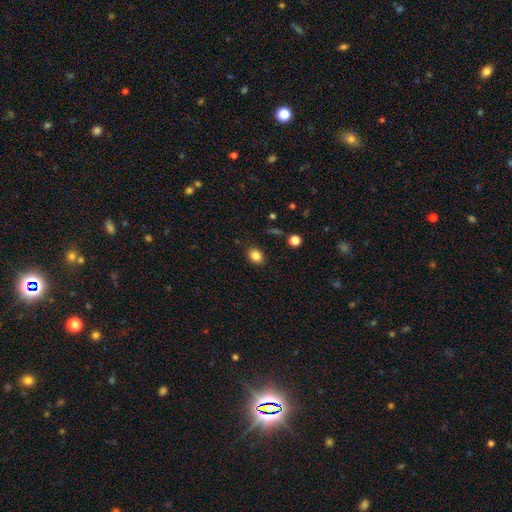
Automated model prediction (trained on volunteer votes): Morphology: type=smooth (84%); roundness=in between (62%); merging=none (87%).